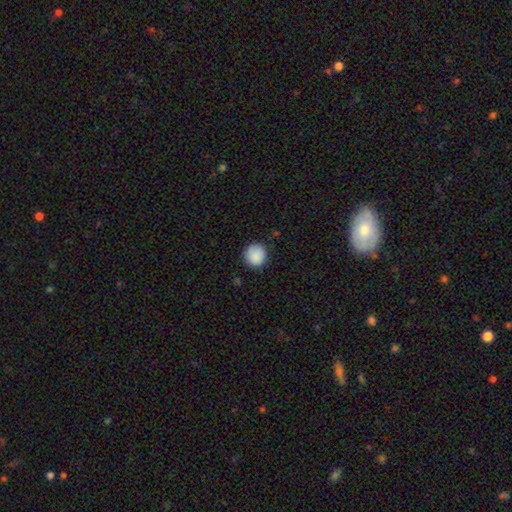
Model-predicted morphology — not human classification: Smooth or featured?
  - smooth: 89% *
  - star or artifact: 8%
  - featured or disk: 3%
How rounded?
  - round: 92% *
  - in between: 7%
  - cigar-shaped: 1%
Merging?
  - none: 87% *
  - minor disturbance: 10%
  - major disturbance: 2%
  - merger: 1%